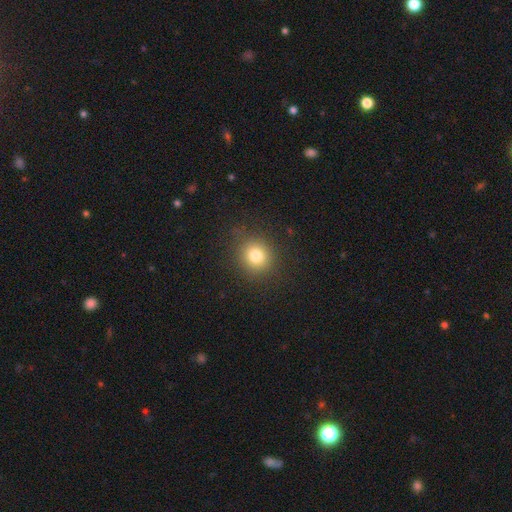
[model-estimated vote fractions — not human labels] Smooth or featured?
  - smooth: 79% *
  - star or artifact: 13%
  - featured or disk: 8%
How rounded?
  - round: 86% *
  - in between: 13%
  - cigar-shaped: 1%
Merging?
  - none: 87% *
  - minor disturbance: 8%
  - major disturbance: 3%
  - merger: 1%